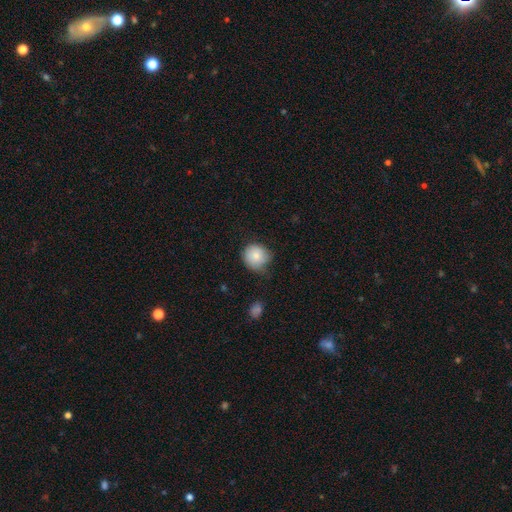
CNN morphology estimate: Smooth or featured?
  - smooth: 82% *
  - featured or disk: 9%
  - star or artifact: 9%
How rounded?
  - round: 89% *
  - in between: 10%
  - cigar-shaped: 1%
Merging?
  - none: 63% *
  - minor disturbance: 30%
  - major disturbance: 6%
  - merger: 2%